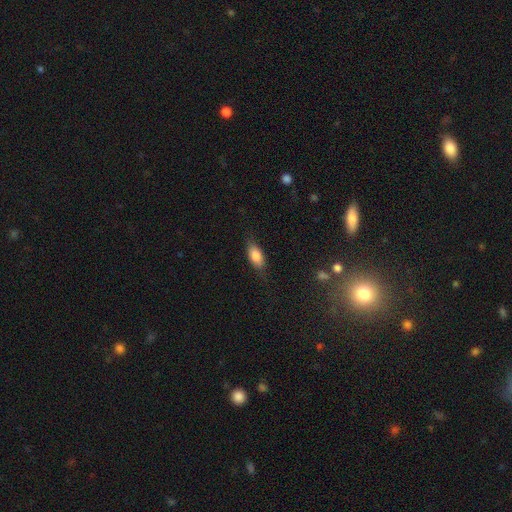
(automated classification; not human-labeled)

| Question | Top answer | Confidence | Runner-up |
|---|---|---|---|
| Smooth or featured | smooth | 80% | featured or disk (13%) |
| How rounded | in between | 84% | cigar-shaped (12%) |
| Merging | none | 75% | minor disturbance (18%) |